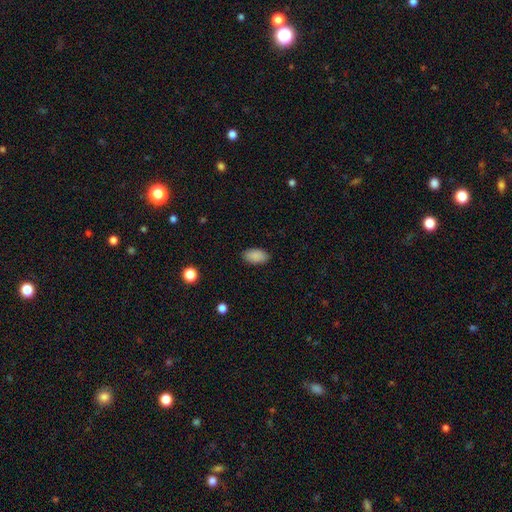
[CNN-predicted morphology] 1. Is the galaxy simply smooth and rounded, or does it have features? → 89% smooth, 7% star or artifact, 3% featured or disk.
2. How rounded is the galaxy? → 94% in between, 4% round, 2% cigar-shaped.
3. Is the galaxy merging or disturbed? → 88% none, 8% minor disturbance, 2% major disturbance, 1% merger.